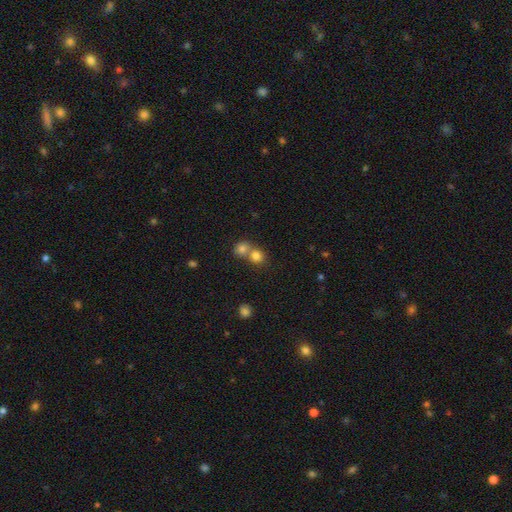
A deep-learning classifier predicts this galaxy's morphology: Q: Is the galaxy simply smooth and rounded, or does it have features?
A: smooth — 79%.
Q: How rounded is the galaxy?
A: round — 83%.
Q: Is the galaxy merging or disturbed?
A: merger — 52%.